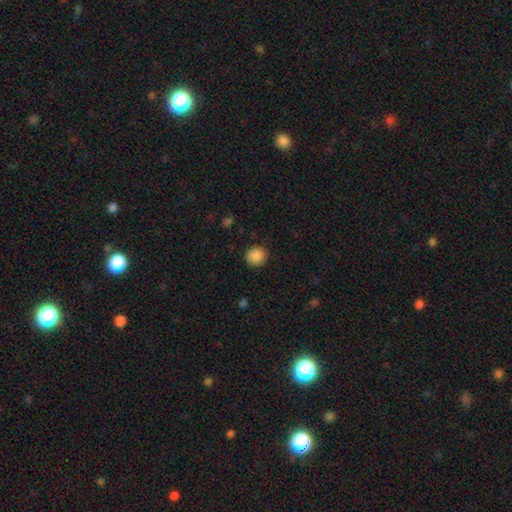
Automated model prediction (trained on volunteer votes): A smooth galaxy with no disk features (88%) that is round (90%). Merging: none (90%).